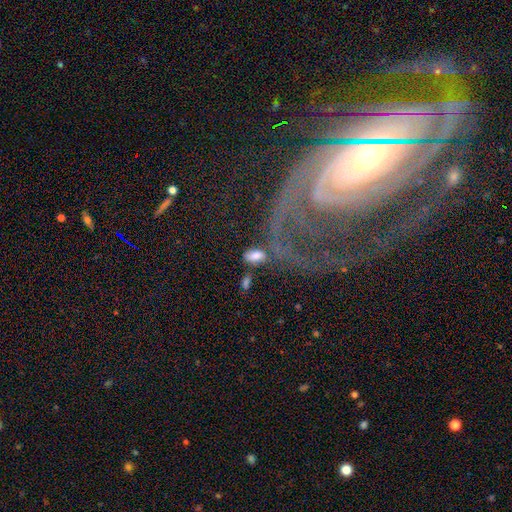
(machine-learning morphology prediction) smooth-or-featured: smooth: 79% | featured or disk: 11% | star or artifact: 10%
  how-rounded: in between: 92% | round: 4% | cigar-shaped: 4%
  merging: none: 62% | minor disturbance: 16% | merger: 11% | major disturbance: 10%